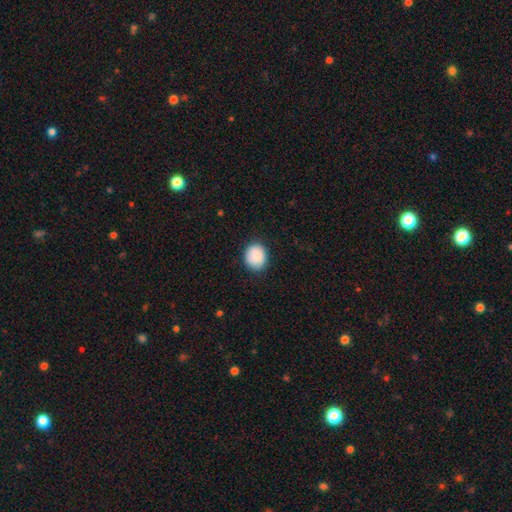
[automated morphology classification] smooth 88%, star or artifact 7%, featured or disk 5%. Down the decision tree: how rounded — round (66%); merging — none (85%).